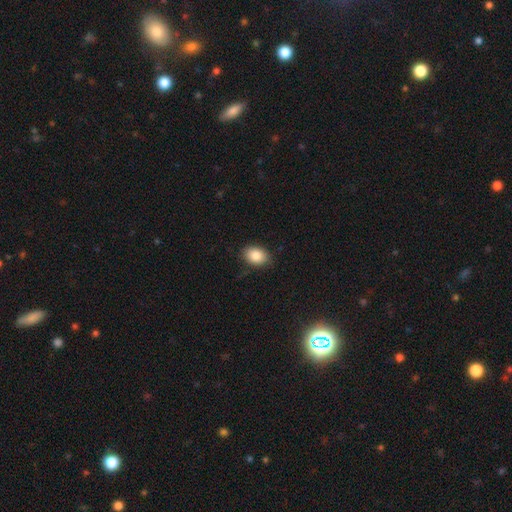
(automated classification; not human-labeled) Q: Smooth or featured?
A: smooth (86%); runner-up: star or artifact (8%)
Q: How rounded?
A: in between (79%); runner-up: round (20%)
Q: Merging?
A: none (83%); runner-up: minor disturbance (14%)